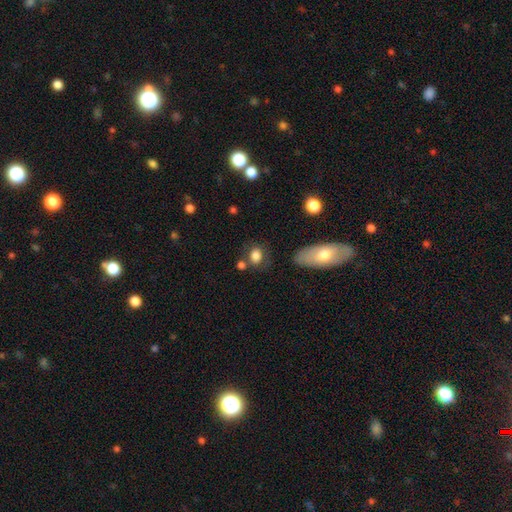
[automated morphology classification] The model was most divided on "how rounded" (2-way tie): in between: 49%, round: 49%, cigar-shaped: 2%. More confident: smooth or featured — smooth (82%); merging — none (63%).